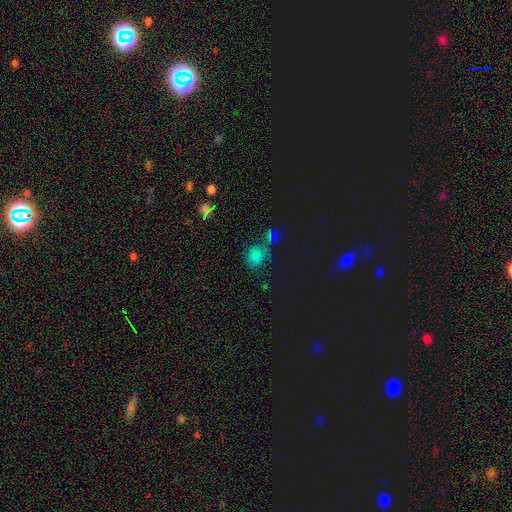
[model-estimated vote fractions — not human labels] smooth_or_featured: smooth (p=0.64) [alt: star or artifact p=0.30]
how_rounded: round (p=0.62) [alt: in between p=0.36]
merging: none (p=0.58) [alt: merger p=0.21]